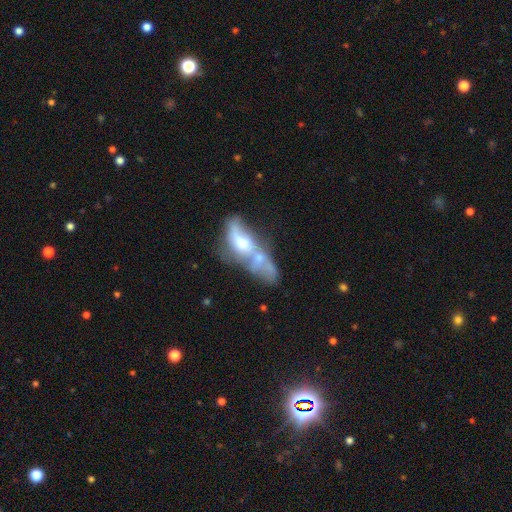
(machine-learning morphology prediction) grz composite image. It shows a featured or disk galaxy (58%). Merging: merger (58%).